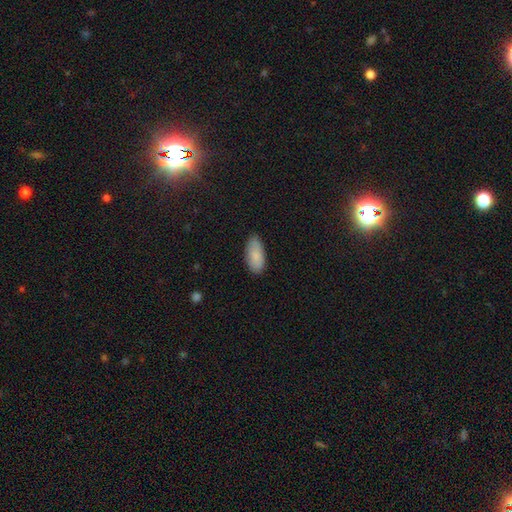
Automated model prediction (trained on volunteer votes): The model was most divided on "merging": none: 84%, minor disturbance: 13%, major disturbance: 2%, merger: 1%. More confident: how rounded — in between (92%); smooth or featured — smooth (86%).